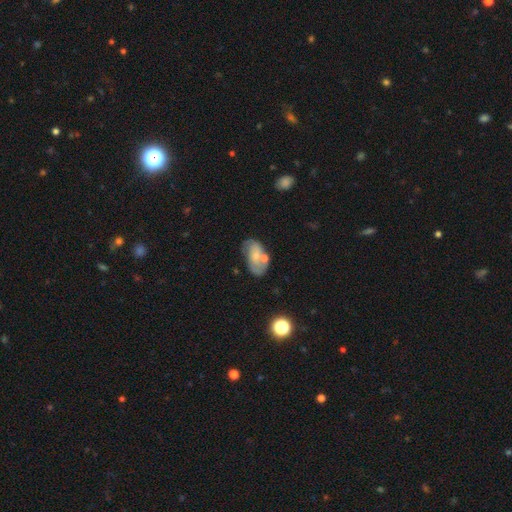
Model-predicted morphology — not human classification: The model was most divided on "smooth or featured": smooth: 46%, featured or disk: 45%, star or artifact: 8%. Remaining: merging — none (44%).